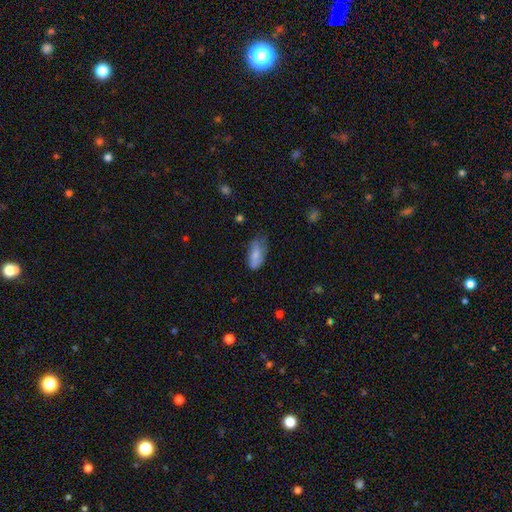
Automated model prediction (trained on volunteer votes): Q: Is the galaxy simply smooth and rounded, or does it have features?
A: smooth — 77%.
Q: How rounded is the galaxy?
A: in between — 89%.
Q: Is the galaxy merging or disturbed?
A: none — 51%.